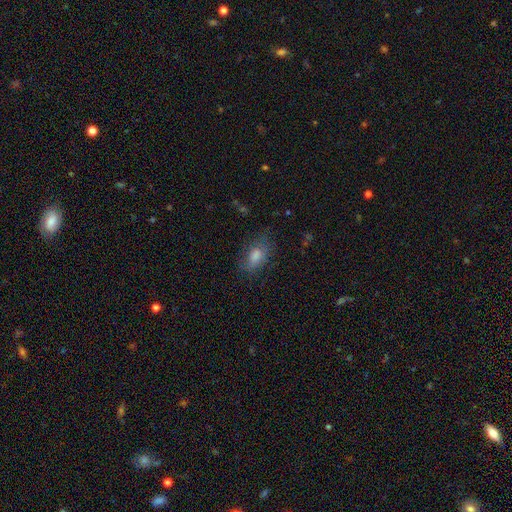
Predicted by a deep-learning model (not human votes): This is likely a smooth galaxy (69%). How rounded: clearly in between (84%). Merging: likely none (72%).